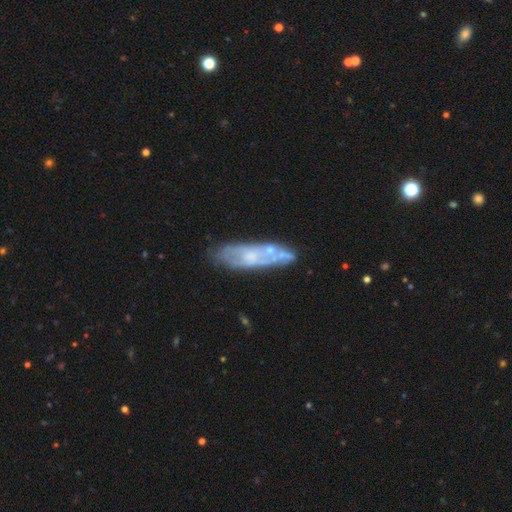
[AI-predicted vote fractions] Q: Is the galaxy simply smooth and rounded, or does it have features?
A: featured or disk — 62%.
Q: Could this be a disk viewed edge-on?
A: no — 72%.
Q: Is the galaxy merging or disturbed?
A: none — 65%.